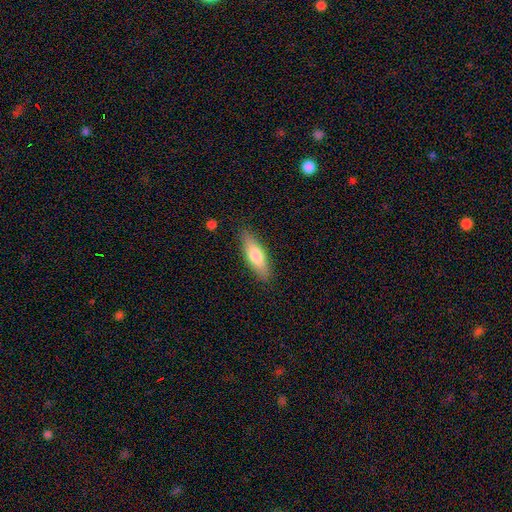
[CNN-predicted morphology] smooth-or-featured: smooth: 72% | featured or disk: 22% | star or artifact: 6%
  how-rounded: cigar-shaped: 50% | in between: 48% | round: 2%
  merging: none: 86% | minor disturbance: 10% | major disturbance: 2% | merger: 1%